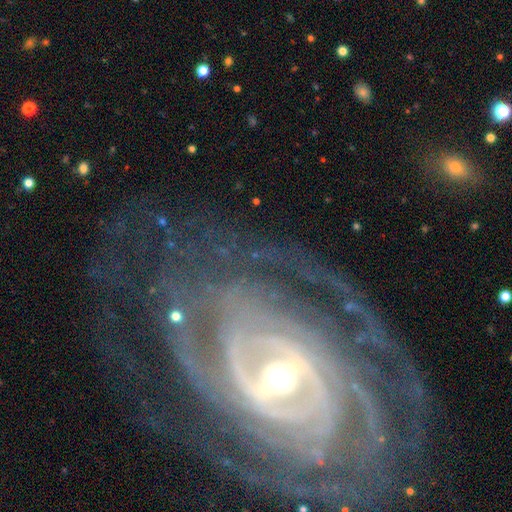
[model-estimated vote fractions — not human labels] Smooth or featured? Predicted: featured or disk (p=0.90). Edge-on disk? Predicted: no (p=0.96). Bar? Predicted: strong (p=0.46). Spiral arms? Predicted: yes (p=0.97). Spiral winding? Predicted: tight (p=0.75). Spiral arm count? Predicted: can't tell (p=0.26). Bulge size? Predicted: moderate (p=0.54). Merging? Predicted: none (p=0.71).